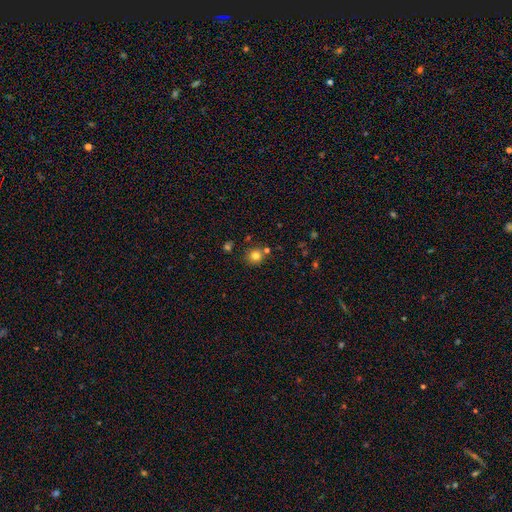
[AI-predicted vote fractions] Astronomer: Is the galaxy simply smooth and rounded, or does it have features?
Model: smooth — 80%.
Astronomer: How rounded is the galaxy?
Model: round — 88%.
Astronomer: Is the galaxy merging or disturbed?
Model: none — 79%.